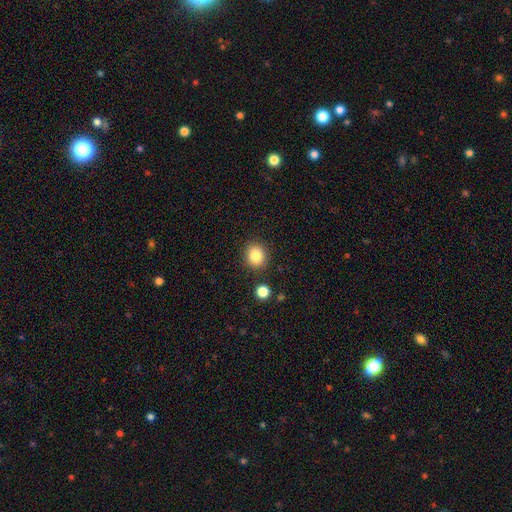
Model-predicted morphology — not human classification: This appears to be a smooth galaxy with no disk features (84%) that is round (71%). Merging: none (87%).